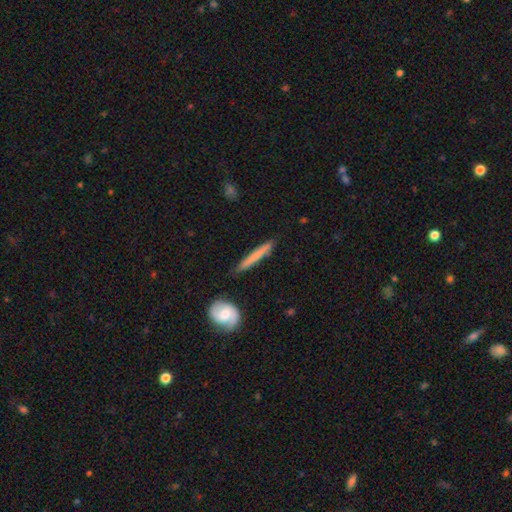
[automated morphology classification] smooth_or_featured: smooth (p=0.58) [alt: featured or disk p=0.37]
how_rounded: cigar-shaped (p=0.95) [alt: in between p=0.03]
merging: none (p=0.85) [alt: minor disturbance p=0.10]